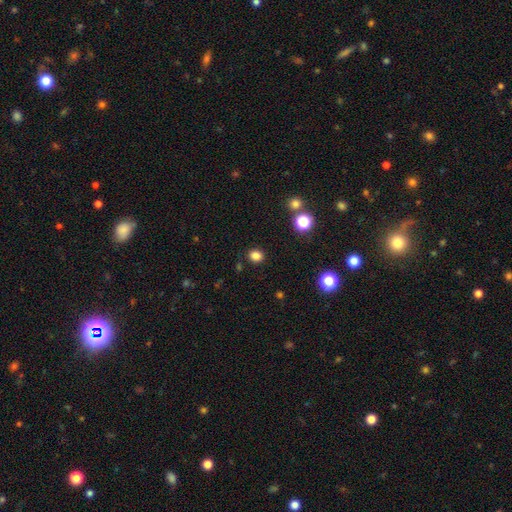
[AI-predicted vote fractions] smooth_or_featured: smooth (p=0.82) [alt: star or artifact p=0.14]
how_rounded: round (p=0.73) [alt: in between p=0.27]
merging: none (p=0.89) [alt: minor disturbance p=0.07]